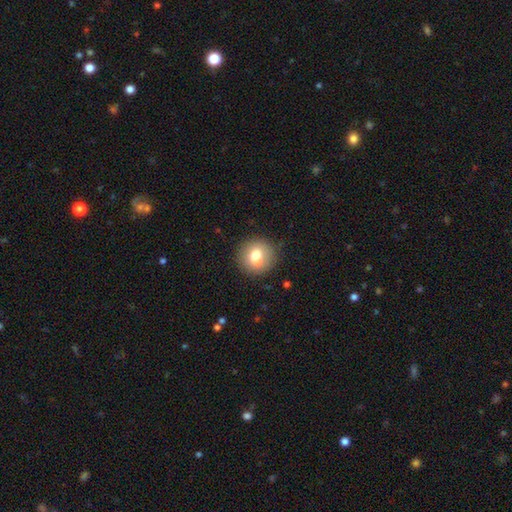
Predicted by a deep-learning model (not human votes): Smooth or featured: smooth — 70% (featured or disk — 21%)
How rounded: round — 90% (in between — 9%)
Merging: none — 68% (merger — 18%)